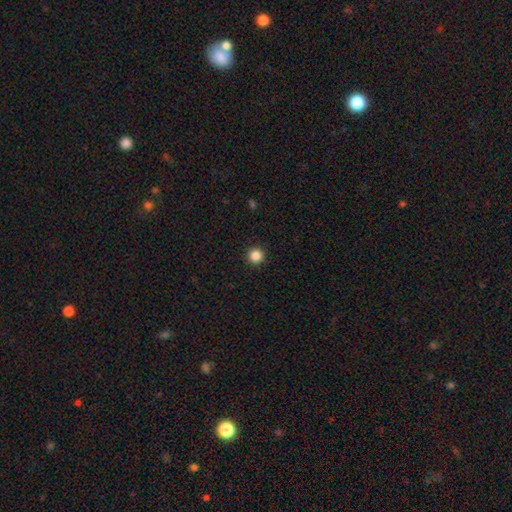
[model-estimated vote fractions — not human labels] This is clearly a smooth galaxy (86%). How rounded: clearly round (96%). Merging: clearly none (93%).